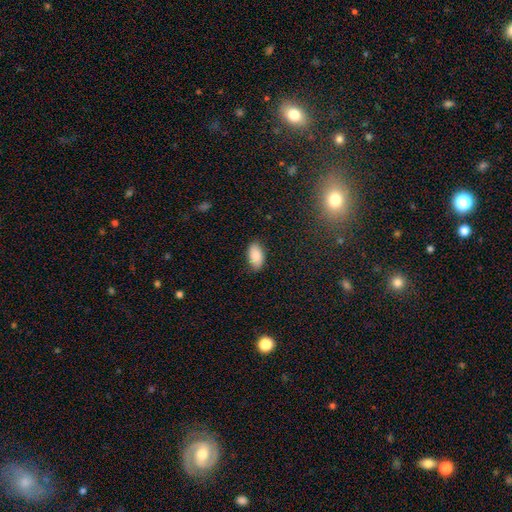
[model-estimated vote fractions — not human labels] smooth 88%, star or artifact 7%, featured or disk 6%. Down the decision tree: how rounded — in between (94%); merging — none (85%).